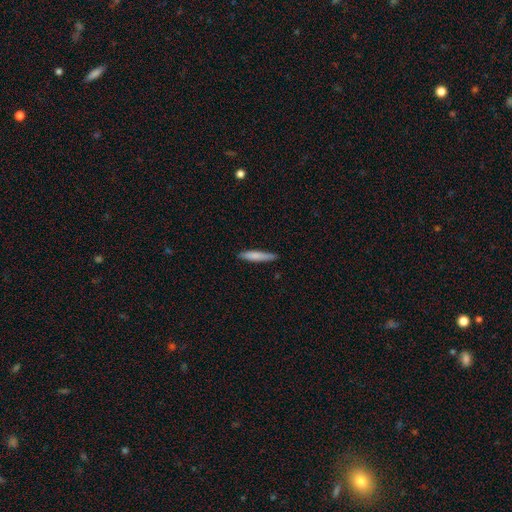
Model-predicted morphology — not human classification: The model was most divided on "smooth or featured": smooth: 77%, featured or disk: 17%, star or artifact: 6%. More confident: how rounded — cigar-shaped (90%); merging — none (83%).